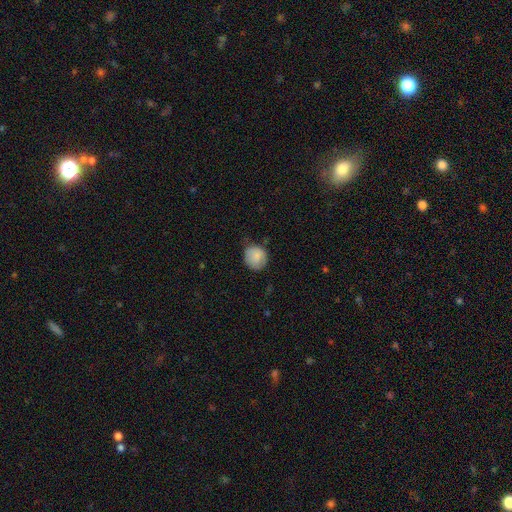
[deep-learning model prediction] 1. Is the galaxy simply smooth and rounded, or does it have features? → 84% smooth, 8% featured or disk, 8% star or artifact.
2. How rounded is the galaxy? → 84% round, 15% in between, 1% cigar-shaped.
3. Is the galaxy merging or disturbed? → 65% none, 28% minor disturbance, 5% major disturbance, 1% merger.